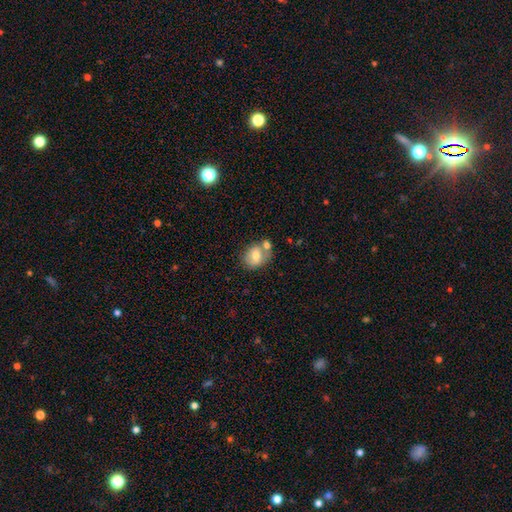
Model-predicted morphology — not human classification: The model was most divided on "how rounded": round: 53%, in between: 46%, cigar-shaped: 1%. Remaining: smooth or featured — smooth (65%); merging — none (50%).